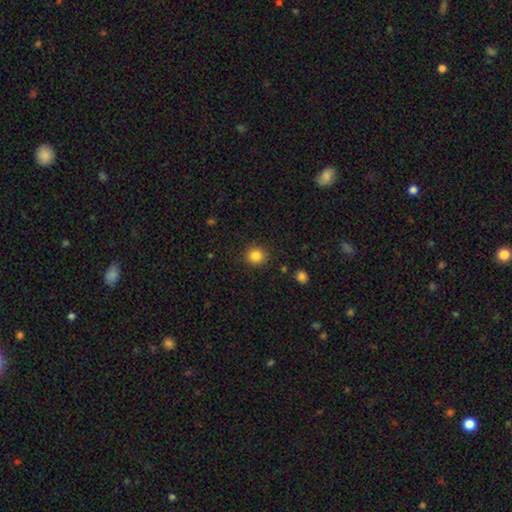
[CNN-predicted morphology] This is clearly a smooth galaxy (84%). How rounded: clearly round (90%). Merging: clearly none (90%).